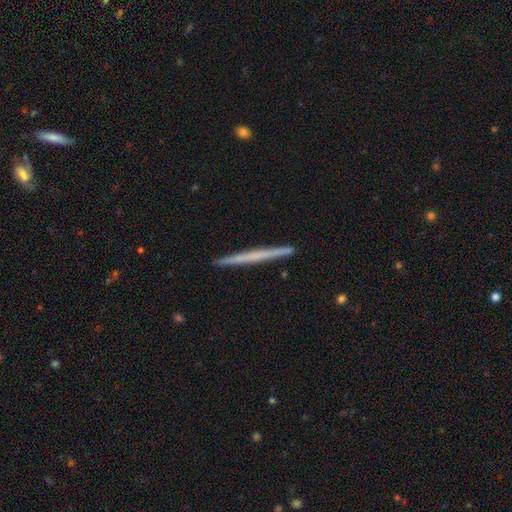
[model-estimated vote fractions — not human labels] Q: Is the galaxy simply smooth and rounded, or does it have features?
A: featured or disk — 52%.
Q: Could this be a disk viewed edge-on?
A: yes — 98%.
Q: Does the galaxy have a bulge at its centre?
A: none — 88%.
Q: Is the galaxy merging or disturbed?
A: none — 92%.